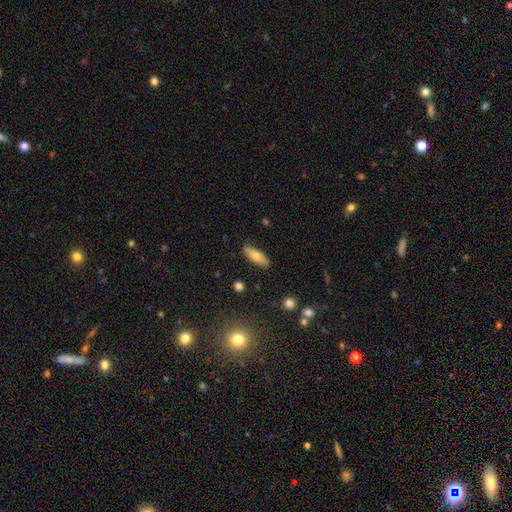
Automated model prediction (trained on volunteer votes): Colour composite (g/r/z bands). It shows a smooth galaxy with no disk features (69%) that is in between round and cigar-shaped (70%). Merging: none (84%).